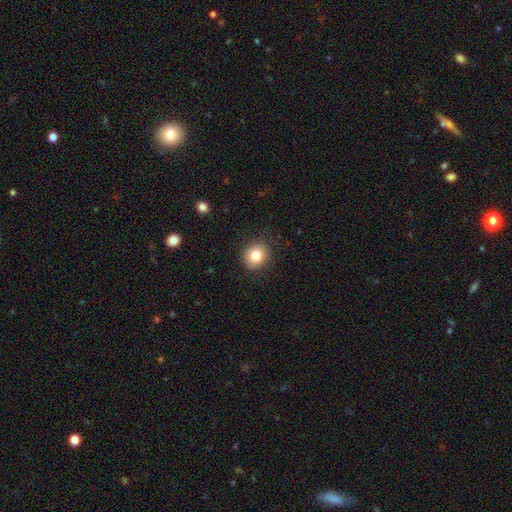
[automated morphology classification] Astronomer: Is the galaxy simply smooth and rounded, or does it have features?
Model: smooth — 81%.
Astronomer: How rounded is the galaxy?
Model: round — 74%.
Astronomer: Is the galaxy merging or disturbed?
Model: none — 87%.